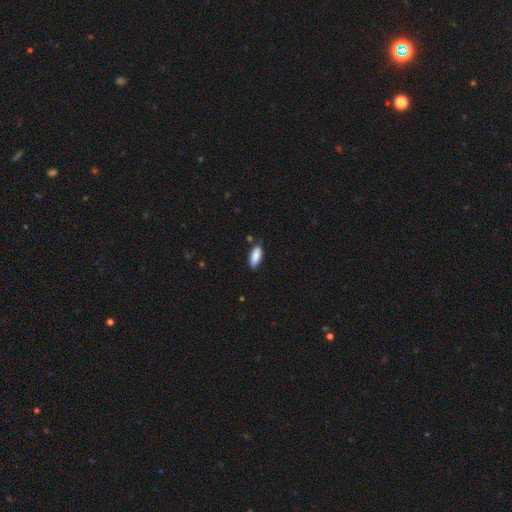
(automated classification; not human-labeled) Smooth or featured? Predicted: smooth (p=0.88). How rounded? Predicted: in between (p=0.80). Merging? Predicted: none (p=0.81).